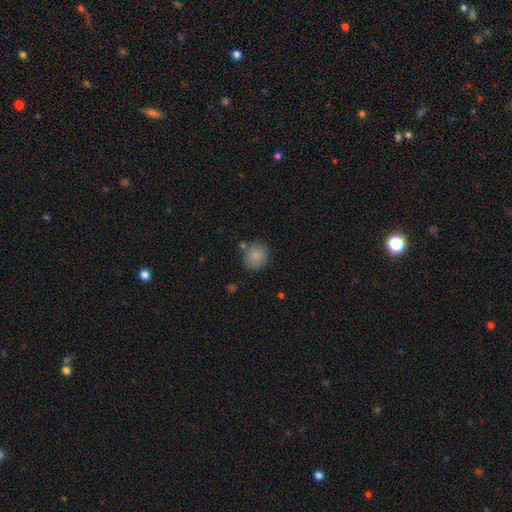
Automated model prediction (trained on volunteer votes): This appears to be a smooth galaxy with no disk features (86%) that is round (79%). Merging: none (77%).